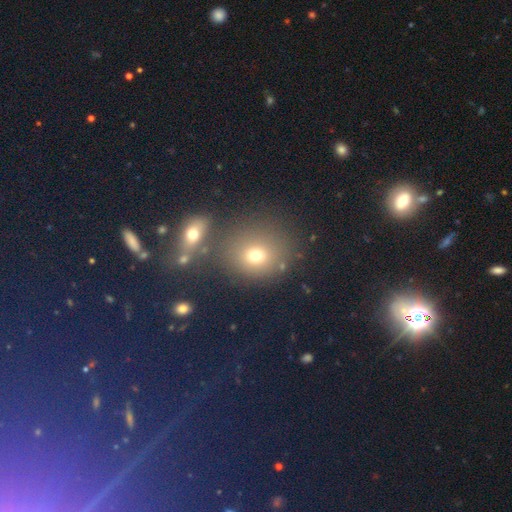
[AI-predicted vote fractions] Overall: smooth (69%). How rounded: round (72%). Merging: none (65%).